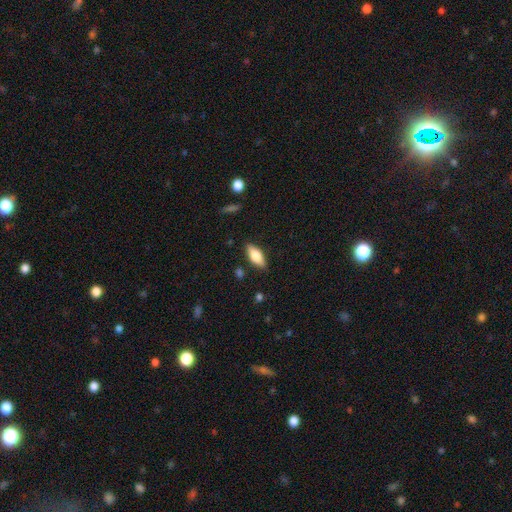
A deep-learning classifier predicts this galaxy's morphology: smooth_or_featured: smooth (p=0.74) [alt: featured or disk p=0.19]
how_rounded: in between (p=0.80) [alt: cigar-shaped p=0.18]
merging: none (p=0.85) [alt: minor disturbance p=0.11]